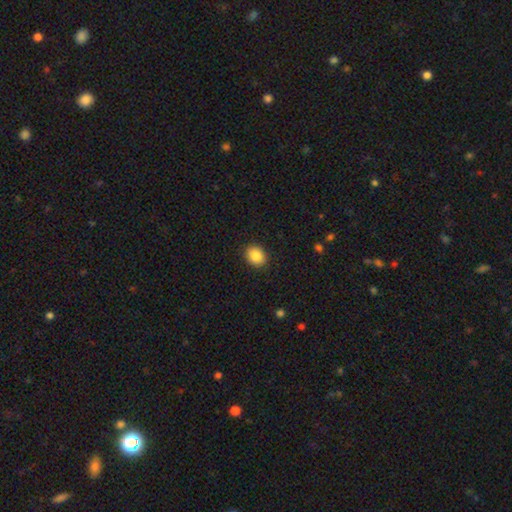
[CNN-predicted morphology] Smooth or featured? Predicted: smooth (p=0.86). How rounded? Predicted: round (p=0.56). Merging? Predicted: none (p=0.90).